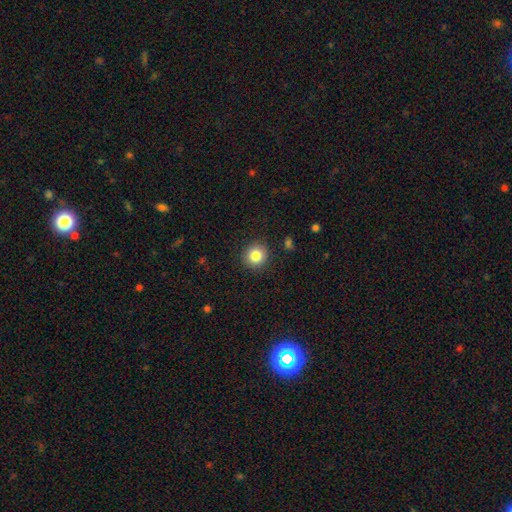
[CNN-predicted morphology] Smooth or featured?
  - smooth: 84% *
  - star or artifact: 10%
  - featured or disk: 7%
How rounded?
  - round: 90% *
  - in between: 9%
  - cigar-shaped: 1%
Merging?
  - none: 90% *
  - minor disturbance: 7%
  - major disturbance: 2%
  - merger: 1%